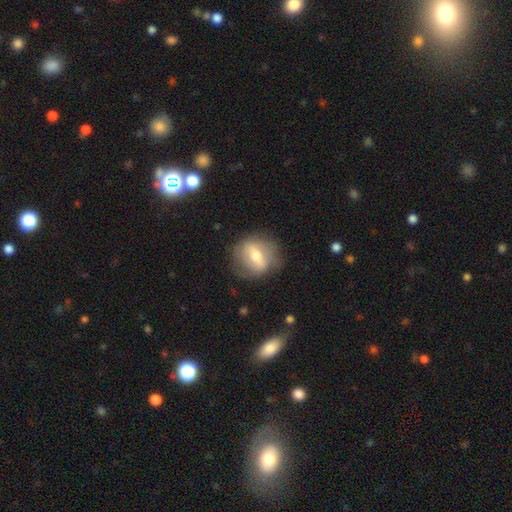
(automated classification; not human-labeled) Smooth or featured?
  - featured or disk: 52% *
  - smooth: 40%
  - star or artifact: 7%
Edge-on disk?
  - no: 87% *
  - yes: 13%
Merging?
  - none: 72% *
  - minor disturbance: 19%
  - major disturbance: 8%
  - merger: 1%